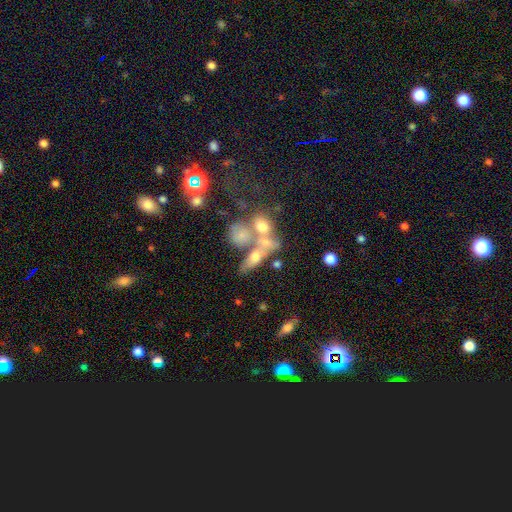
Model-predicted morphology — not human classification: Smooth or featured? Predicted: smooth (p=0.45). Merging? Predicted: merger (p=0.48).